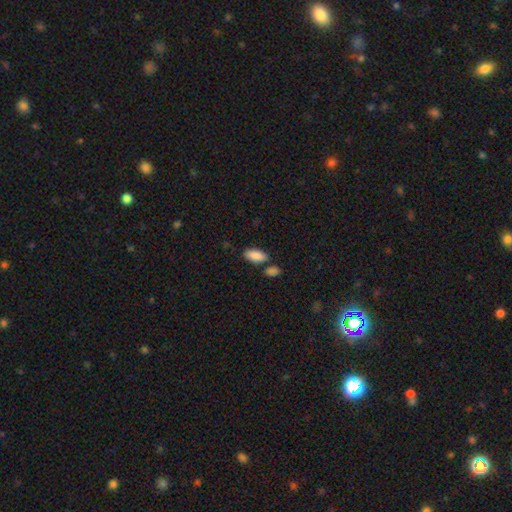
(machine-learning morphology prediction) Smooth or featured? smooth (88%)
How rounded? in between (91%)
Merging? none (71%)